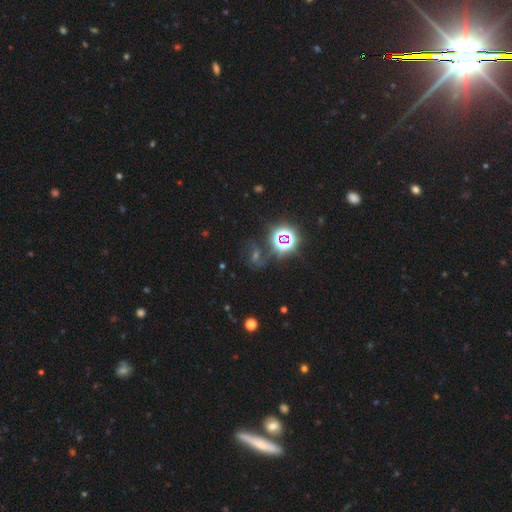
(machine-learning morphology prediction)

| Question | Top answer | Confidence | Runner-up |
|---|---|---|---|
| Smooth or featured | star or artifact | 56% | featured or disk (24%) |